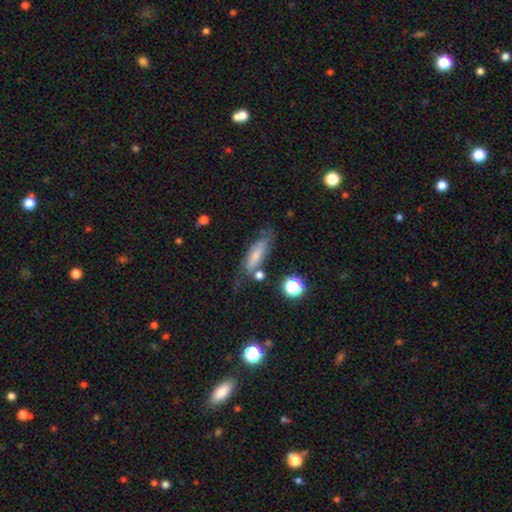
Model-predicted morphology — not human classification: smooth 55%, featured or disk 35%, star or artifact 11%. Down the decision tree: how rounded — in between (48%, tied with cigar-shaped); merging — none (56%).